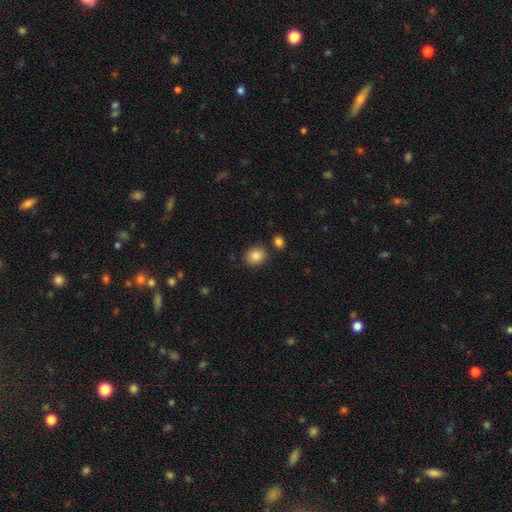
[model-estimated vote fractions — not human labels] smooth_or_featured: smooth (p=0.87) [alt: star or artifact p=0.09]
how_rounded: round (p=0.68) [alt: in between p=0.31]
merging: none (p=0.82) [alt: minor disturbance p=0.09]